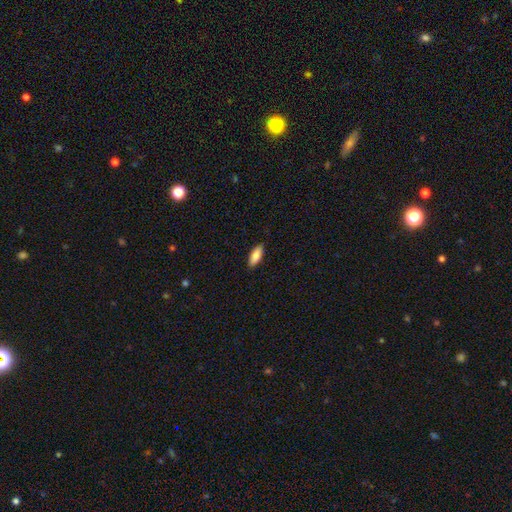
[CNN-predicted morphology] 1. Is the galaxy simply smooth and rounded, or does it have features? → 85% smooth, 9% featured or disk, 6% star or artifact.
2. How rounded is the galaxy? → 73% in between, 26% cigar-shaped, 2% round.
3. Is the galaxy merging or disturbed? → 88% none, 9% minor disturbance, 2% major disturbance, 1% merger.